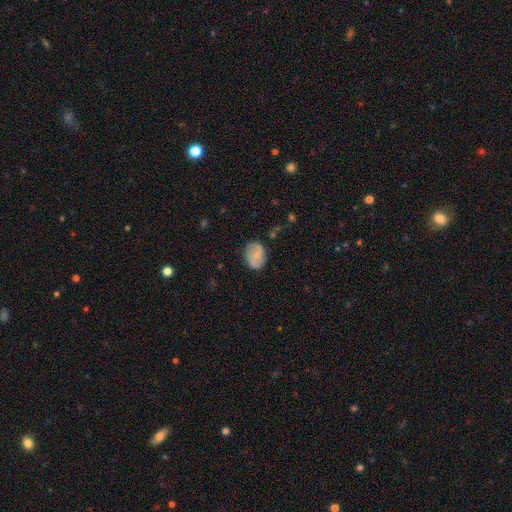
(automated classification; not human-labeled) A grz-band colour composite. It shows a smooth galaxy with no disk features (50%) that is in between round and cigar-shaped (66%). Merging: none (76%).